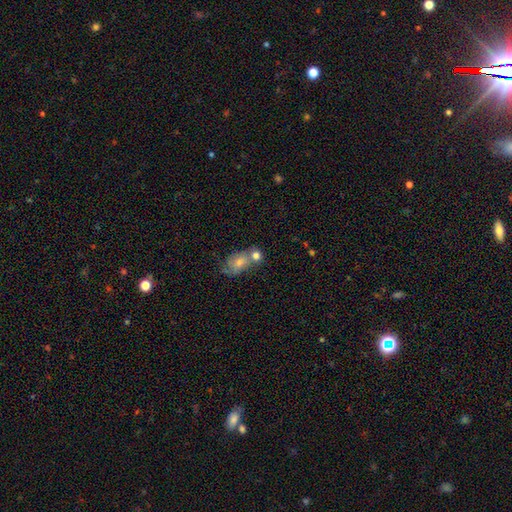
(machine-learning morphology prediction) Smooth or featured: smooth — 75% (featured or disk — 16%)
How rounded: round — 51% (in between — 46%)
Merging: merger — 47% (none — 37%)